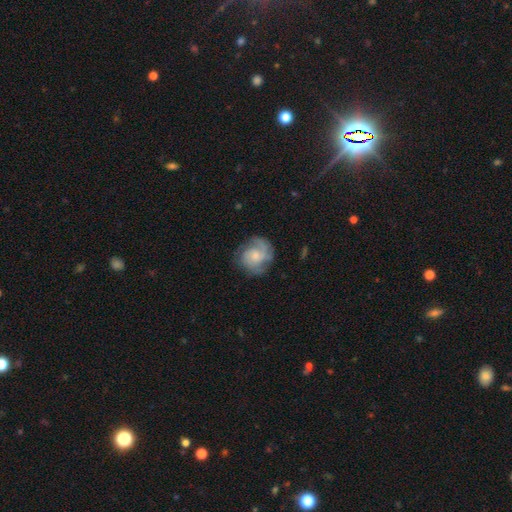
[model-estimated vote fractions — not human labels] This appears to be a featured or disk galaxy (67%) with no bar (73%), 2 (36%) tight (44%) spiral arms (90%) and a small central bulge (57%). Merging: none (69%).